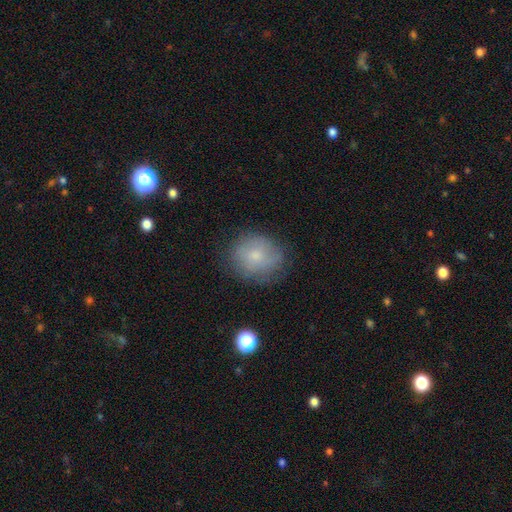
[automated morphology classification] This appears to be a smooth galaxy with no disk features (69%) that is round (67%). Merging: none (70%).